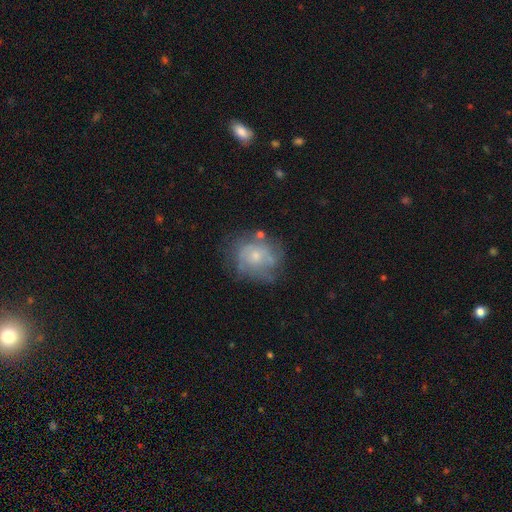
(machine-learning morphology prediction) Smooth or featured? Predicted: featured or disk (p=0.60). Edge-on disk? Predicted: no (p=0.98). Bar? Predicted: no (p=0.81). Spiral arms? Predicted: yes (p=0.65). Bulge size? Predicted: small (p=0.56). Merging? Predicted: none (p=0.59).